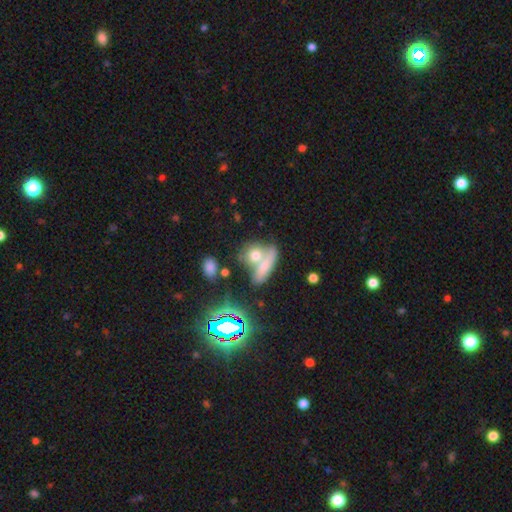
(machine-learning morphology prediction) smooth 65%, featured or disk 18%, star or artifact 17%. Down the decision tree: how rounded — in between (48%); merging — merger (52%).